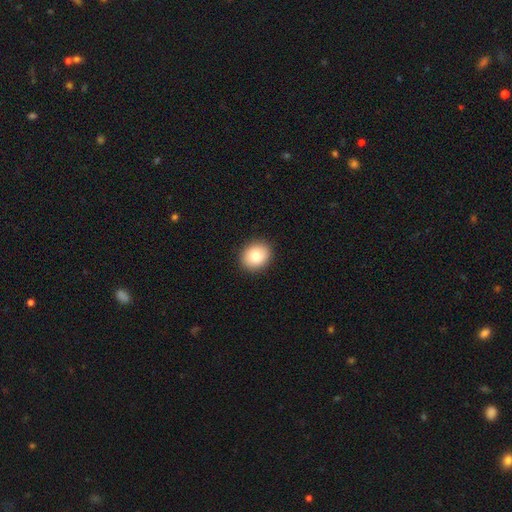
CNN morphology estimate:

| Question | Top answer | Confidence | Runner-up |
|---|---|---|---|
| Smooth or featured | smooth | 83% | featured or disk (9%) |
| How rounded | round | 64% | in between (35%) |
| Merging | none | 91% | minor disturbance (7%) |